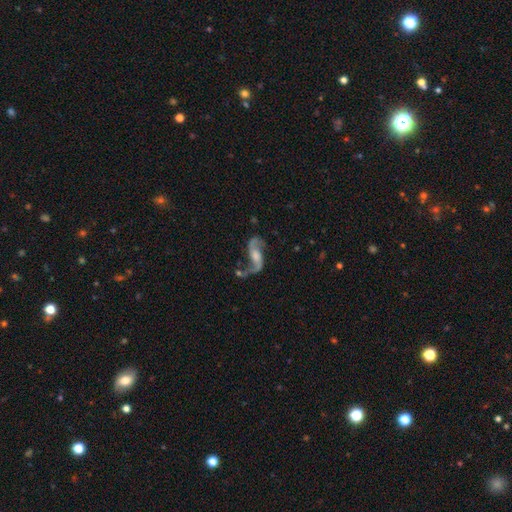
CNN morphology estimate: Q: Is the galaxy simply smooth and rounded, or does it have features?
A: featured or disk — 86%.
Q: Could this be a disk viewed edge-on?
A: no — 95%.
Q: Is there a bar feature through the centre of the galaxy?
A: no — 48%.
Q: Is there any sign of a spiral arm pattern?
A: yes — 95%.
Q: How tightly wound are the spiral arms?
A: loose — 77%.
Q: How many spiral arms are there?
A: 2 — 91%.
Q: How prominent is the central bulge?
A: moderate — 38%.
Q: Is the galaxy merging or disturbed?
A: none — 53%.